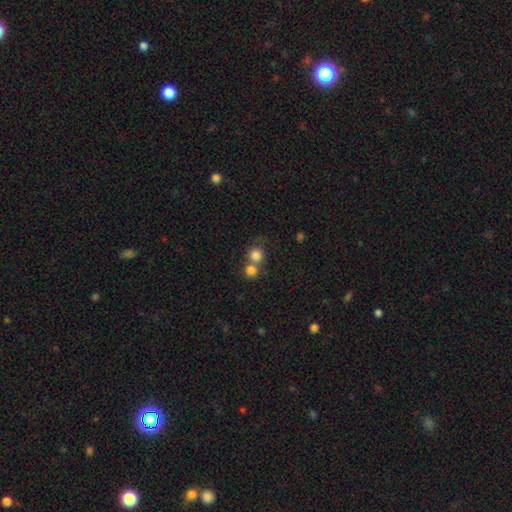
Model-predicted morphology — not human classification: smooth_or_featured: smooth (p=0.81) [alt: star or artifact p=0.11]
how_rounded: round (p=0.88) [alt: in between p=0.11]
merging: merger (p=0.46) [alt: none p=0.44]